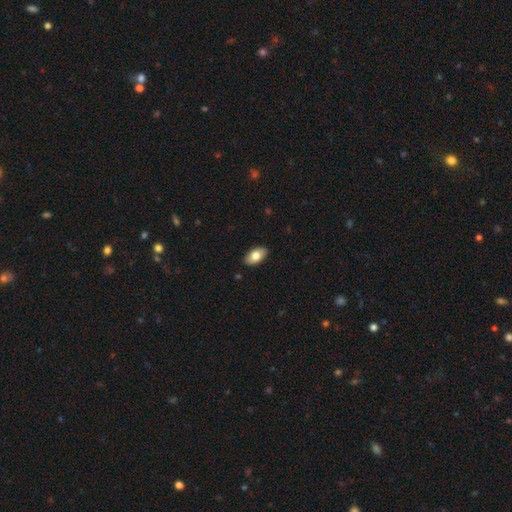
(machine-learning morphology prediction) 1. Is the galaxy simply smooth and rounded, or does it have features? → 79% smooth, 15% featured or disk, 6% star or artifact.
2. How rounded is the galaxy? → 94% in between, 4% round, 3% cigar-shaped.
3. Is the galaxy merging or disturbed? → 89% none, 9% minor disturbance, 2% major disturbance, 1% merger.